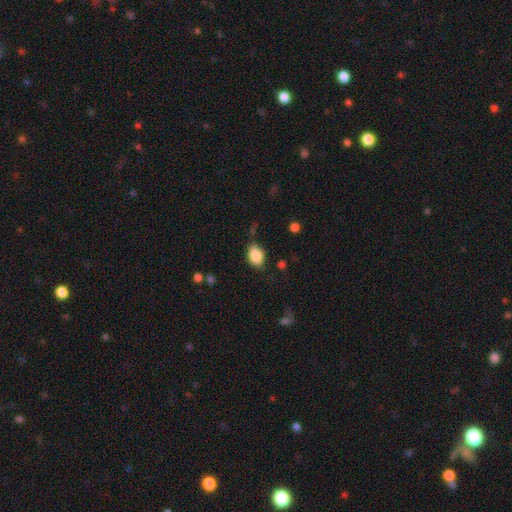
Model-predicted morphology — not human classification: Q: Smooth or featured?
A: smooth (87%); runner-up: star or artifact (8%)
Q: How rounded?
A: in between (78%); runner-up: round (21%)
Q: Merging?
A: none (67%); runner-up: minor disturbance (24%)